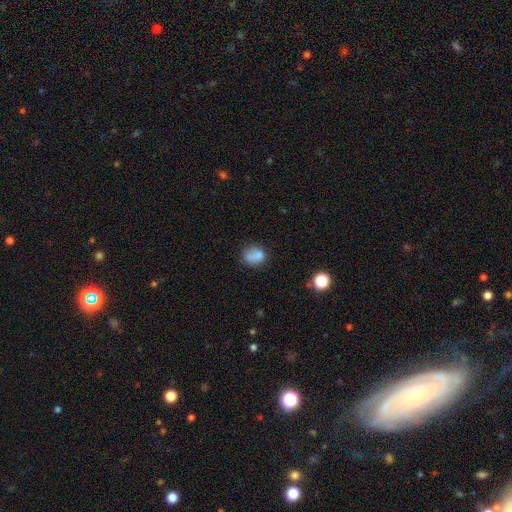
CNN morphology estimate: Smooth or featured? smooth (79%)
How rounded? round (57%)
Merging? none (60%)